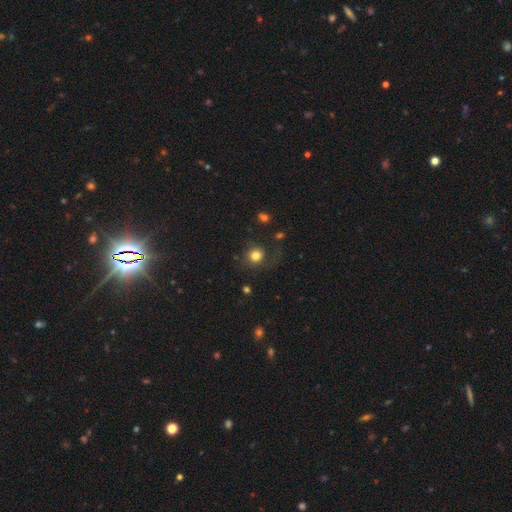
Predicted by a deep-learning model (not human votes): This is likely a smooth galaxy (79%). How rounded: clearly round (85%). Merging: likely none (68%).